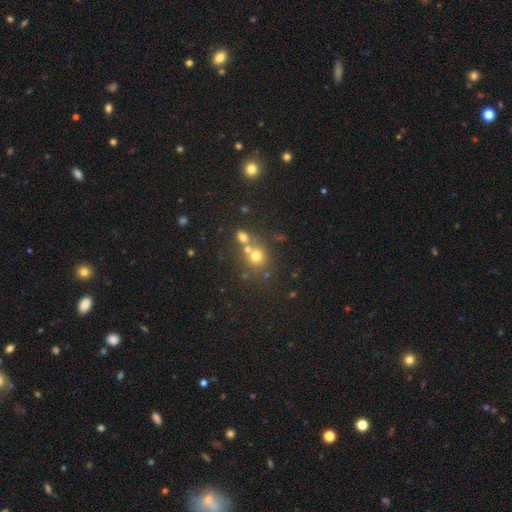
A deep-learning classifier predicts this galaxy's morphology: The model was most divided on "merging": none: 52%, merger: 35%, minor disturbance: 9%, major disturbance: 4%. More confident: how rounded — round (83%); smooth or featured — smooth (66%).